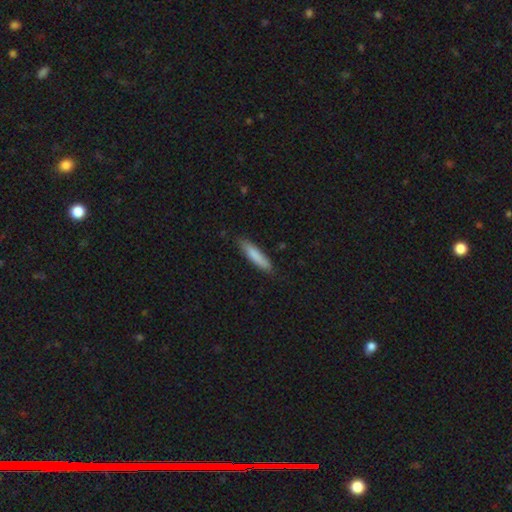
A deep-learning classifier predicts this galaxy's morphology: smooth_or_featured: smooth (p=0.82) [alt: featured or disk p=0.12]
how_rounded: cigar-shaped (p=0.82) [alt: in between p=0.17]
merging: none (p=0.84) [alt: minor disturbance p=0.13]